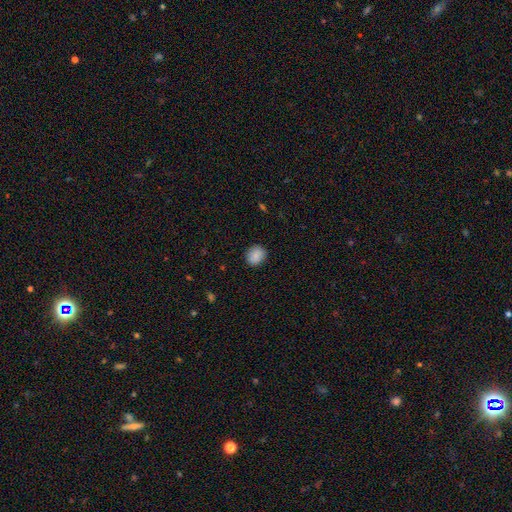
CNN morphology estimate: A smooth galaxy with no disk features (85%) that is round (69%).

Vote fractions:
- Smooth or featured? smooth: 85% / star or artifact: 8% / featured or disk: 7%
- How rounded? round: 69% / in between: 30% / cigar-shaped: 1%
- Merging? none: 87% / minor disturbance: 10% / major disturbance: 2% / merger: 1%